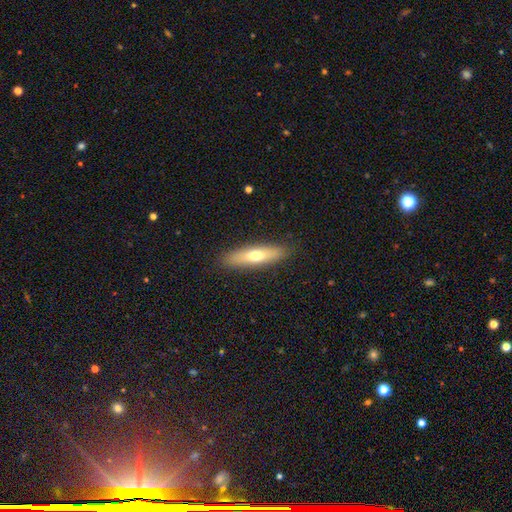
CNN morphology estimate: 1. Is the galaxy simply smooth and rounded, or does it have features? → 60% smooth, 34% featured or disk, 6% star or artifact.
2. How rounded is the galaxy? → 71% cigar-shaped, 27% in between, 2% round.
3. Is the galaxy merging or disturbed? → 89% none, 8% minor disturbance, 2% major disturbance, 1% merger.